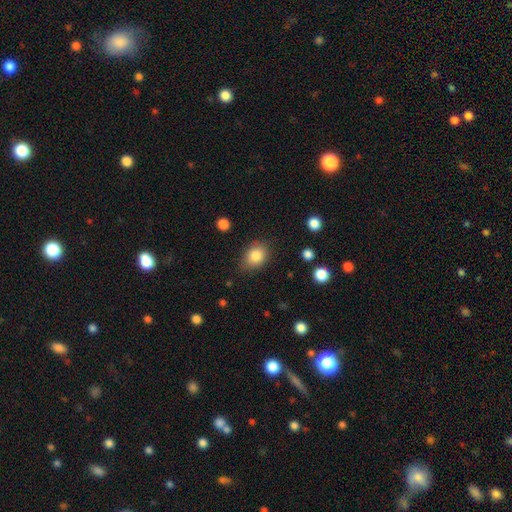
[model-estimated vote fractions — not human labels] smooth_or_featured: smooth (p=0.84) [alt: star or artifact p=0.09]
how_rounded: in between (p=0.65) [alt: round p=0.34]
merging: none (p=0.78) [alt: minor disturbance p=0.16]